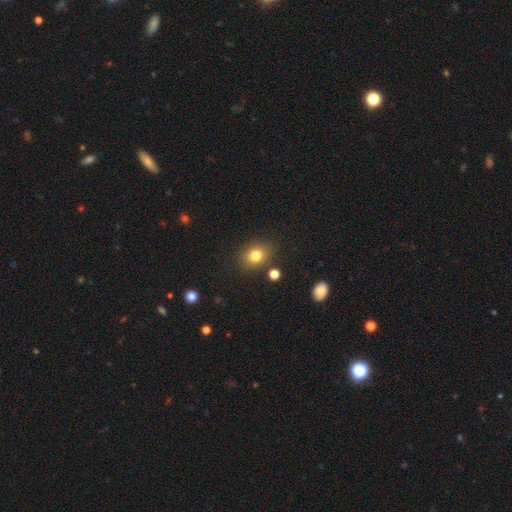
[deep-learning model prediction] Smooth or featured? Predicted: smooth (p=0.80). How rounded? Predicted: round (p=0.53). Merging? Predicted: none (p=0.84).